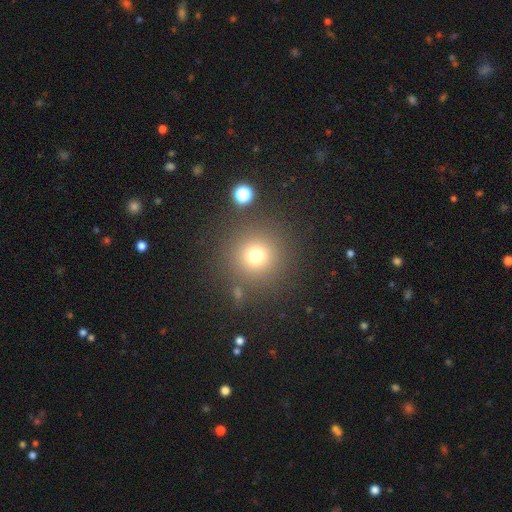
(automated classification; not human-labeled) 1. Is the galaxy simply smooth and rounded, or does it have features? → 73% smooth, 18% star or artifact, 9% featured or disk.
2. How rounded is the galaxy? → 95% round, 4% in between, 1% cigar-shaped.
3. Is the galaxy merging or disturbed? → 86% none, 7% minor disturbance, 4% merger, 4% major disturbance.